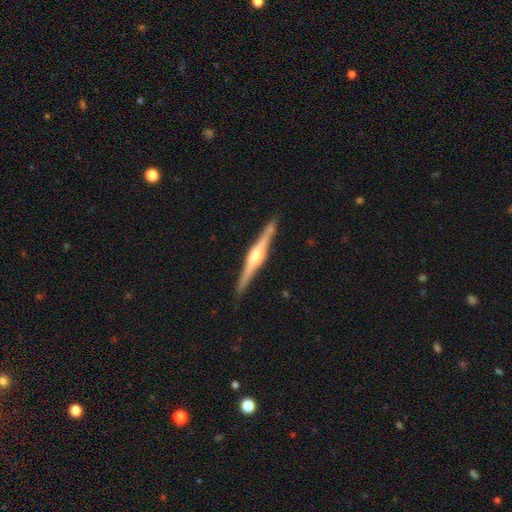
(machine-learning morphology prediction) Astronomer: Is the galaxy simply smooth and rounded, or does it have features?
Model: featured or disk — 84%.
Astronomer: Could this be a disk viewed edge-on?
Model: yes — 98%.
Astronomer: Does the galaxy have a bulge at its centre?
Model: rounded — 80%.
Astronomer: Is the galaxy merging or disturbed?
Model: none — 90%.